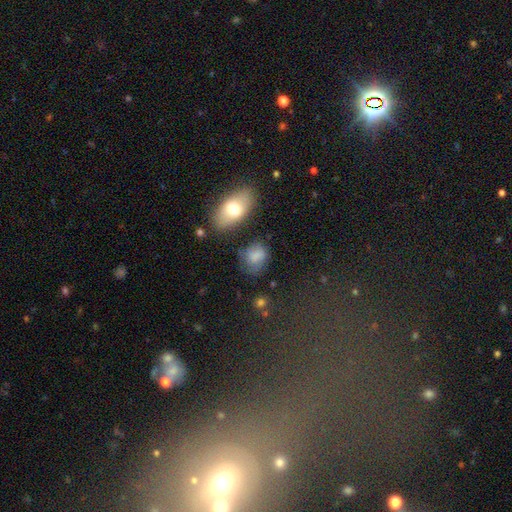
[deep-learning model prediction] Smooth or featured?
  - smooth: 72% *
  - featured or disk: 17%
  - star or artifact: 10%
How rounded?
  - in between: 67% *
  - round: 31%
  - cigar-shaped: 2%
Merging?
  - none: 56% *
  - minor disturbance: 26%
  - major disturbance: 12%
  - merger: 6%